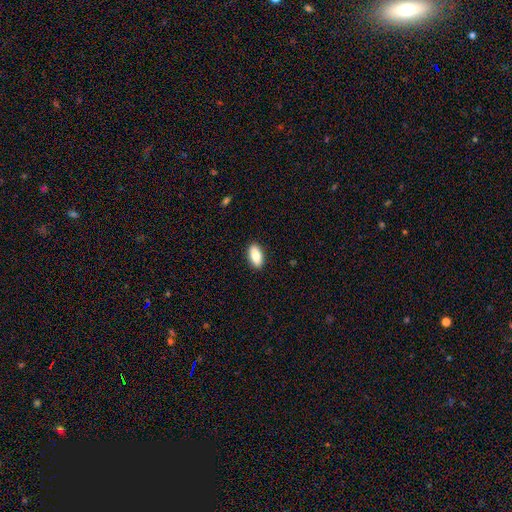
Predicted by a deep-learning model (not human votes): Morphology: type=smooth (85%); roundness=in between (90%); merging=none (90%).